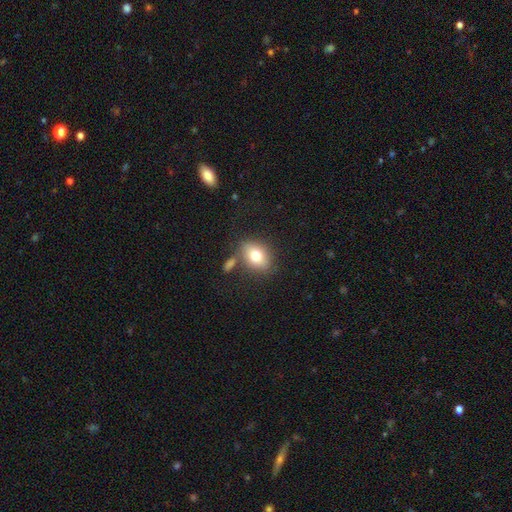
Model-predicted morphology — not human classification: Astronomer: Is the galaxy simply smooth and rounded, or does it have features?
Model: smooth — 76%.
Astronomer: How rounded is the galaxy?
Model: in between — 69%.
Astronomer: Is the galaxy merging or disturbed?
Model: none — 70%.